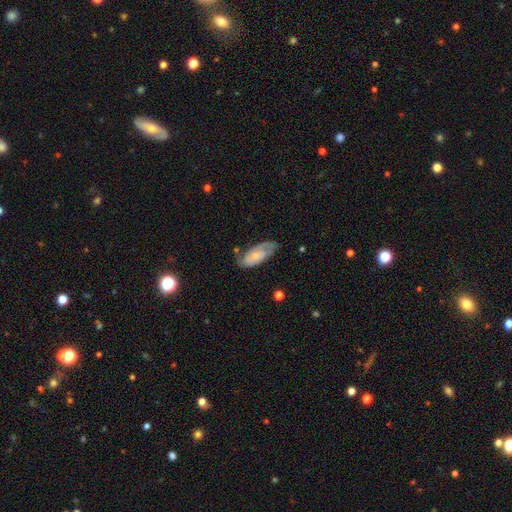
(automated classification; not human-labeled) This appears to be a featured or disk galaxy (66%) with no bar (69%), 2 (68%) tight (50%) spiral arms (89%) and a small central bulge (58%). Merging: none (66%).